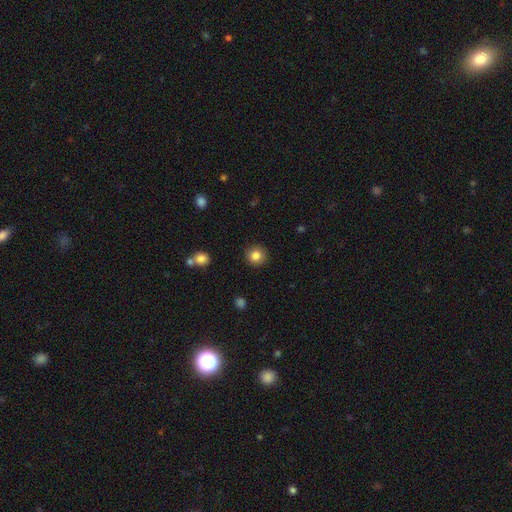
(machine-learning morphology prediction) Q: Smooth or featured?
A: smooth (84%); runner-up: star or artifact (10%)
Q: How rounded?
A: round (93%); runner-up: in between (6%)
Q: Merging?
A: none (91%); runner-up: minor disturbance (5%)